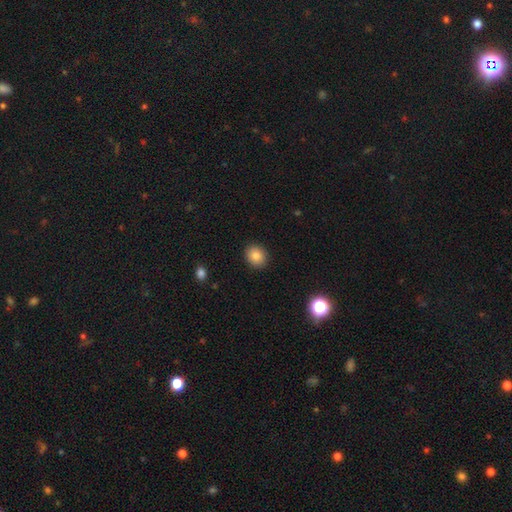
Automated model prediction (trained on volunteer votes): Smooth or featured: smooth — 84% (star or artifact — 10%)
How rounded: round — 69% (in between — 30%)
Merging: none — 91% (minor disturbance — 6%)